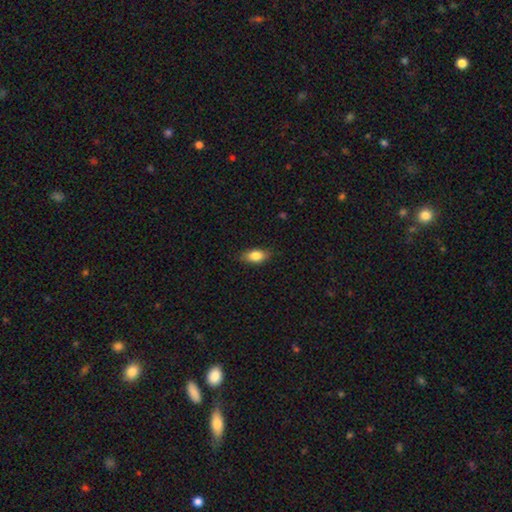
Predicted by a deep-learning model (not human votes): The model was most divided on "merging": none: 82%, minor disturbance: 14%, major disturbance: 3%, merger: 1%. More confident: how rounded — in between (86%); smooth or featured — smooth (83%).